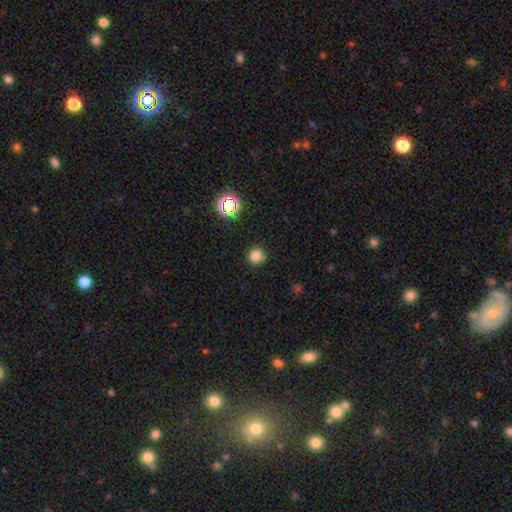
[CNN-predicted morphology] Smooth or featured? Predicted: smooth (p=0.78). How rounded? Predicted: round (p=0.89). Merging? Predicted: none (p=0.80).